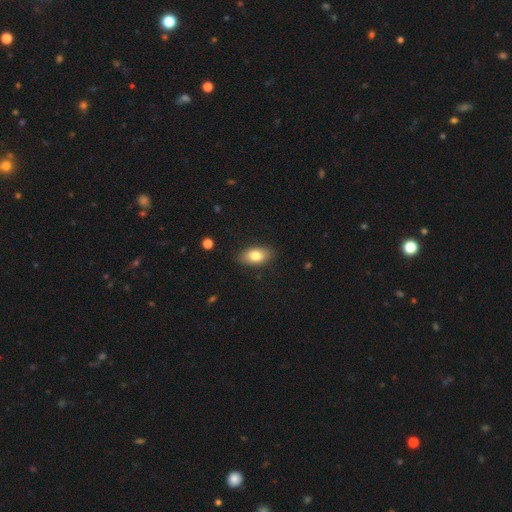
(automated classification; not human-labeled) Q: Smooth or featured?
A: smooth (79%); runner-up: featured or disk (14%)
Q: How rounded?
A: in between (90%); runner-up: round (6%)
Q: Merging?
A: none (86%); runner-up: minor disturbance (11%)